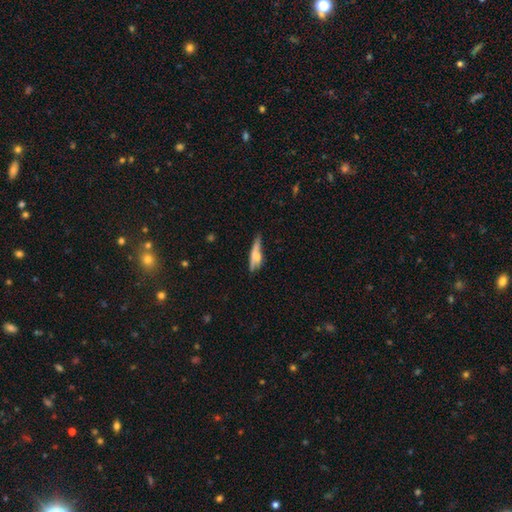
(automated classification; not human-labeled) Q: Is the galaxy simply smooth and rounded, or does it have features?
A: smooth — 58%.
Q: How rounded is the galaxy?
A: cigar-shaped — 71%.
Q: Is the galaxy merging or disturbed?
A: none — 42%.